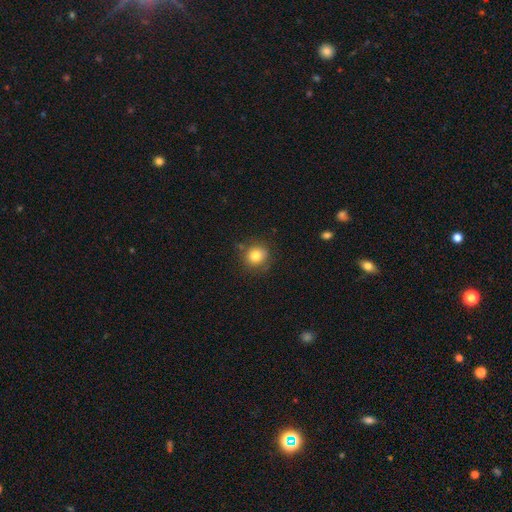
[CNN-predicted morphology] Smooth or featured? smooth (81%)
How rounded? round (85%)
Merging? none (80%)